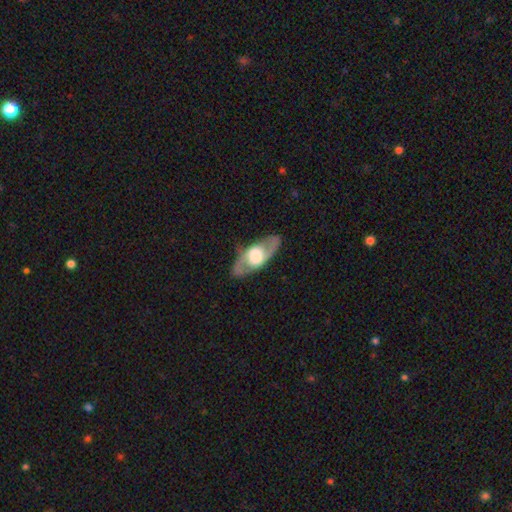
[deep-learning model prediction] Q: Smooth or featured?
A: featured or disk (72%); runner-up: smooth (23%)
Q: Edge-on disk?
A: no (72%); runner-up: yes (28%)
Q: Bar?
A: no (64%); runner-up: weak (26%)
Q: Spiral arms?
A: yes (66%); runner-up: no (34%)
Q: Bulge size?
A: large (58%); runner-up: moderate (27%)
Q: Merging?
A: none (84%); runner-up: minor disturbance (11%)